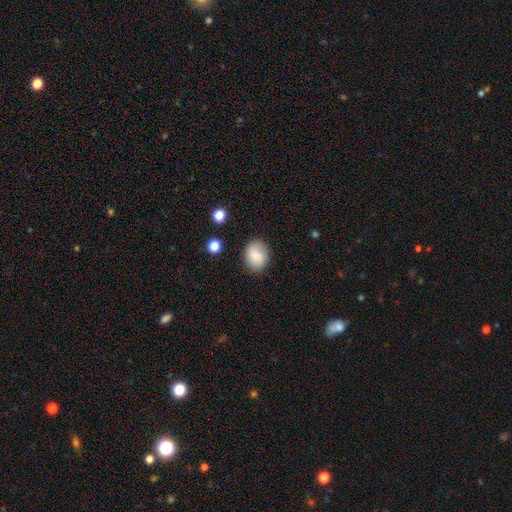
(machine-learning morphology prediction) A smooth galaxy with no disk features (83%) that is round (56%). Merging: none (82%).